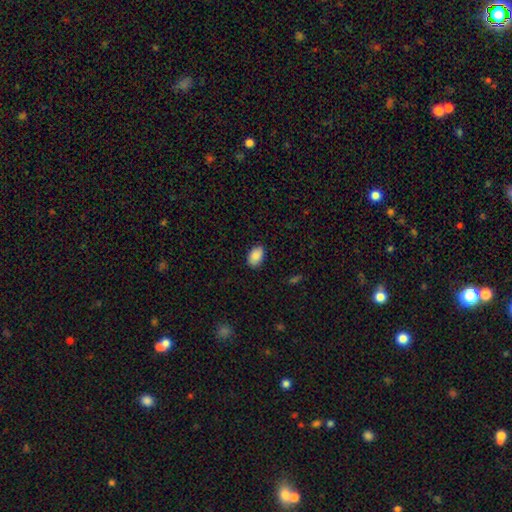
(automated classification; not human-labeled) Morphology: type=smooth (89%); roundness=in between (90%); merging=none (85%).